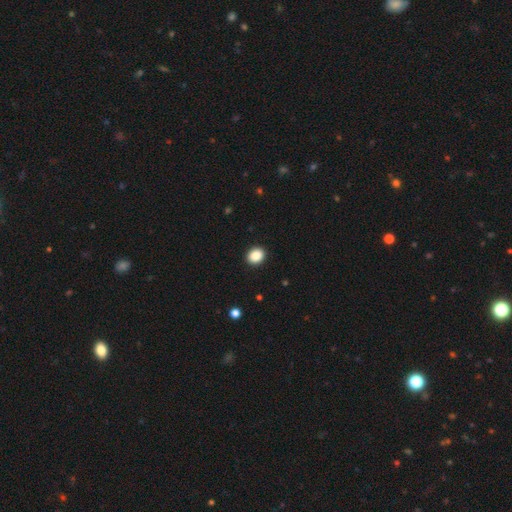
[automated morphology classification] A smooth galaxy with no disk features (89%) that is round (59%). Merging: none (92%).